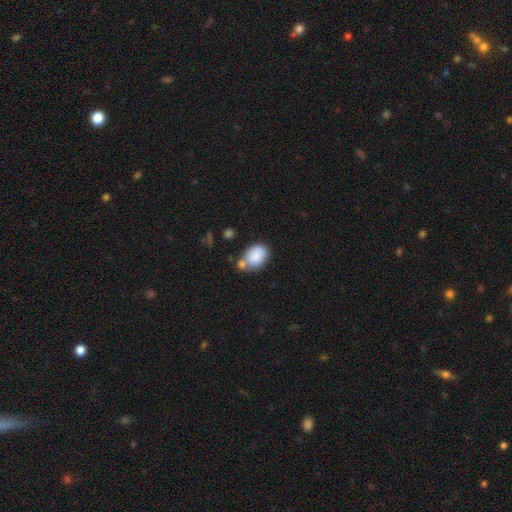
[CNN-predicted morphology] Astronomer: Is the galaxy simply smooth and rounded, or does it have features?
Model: smooth — 85%.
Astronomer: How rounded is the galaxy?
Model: in between — 74%.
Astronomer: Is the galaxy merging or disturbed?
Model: none — 49% (runner-up: merger, 29%).